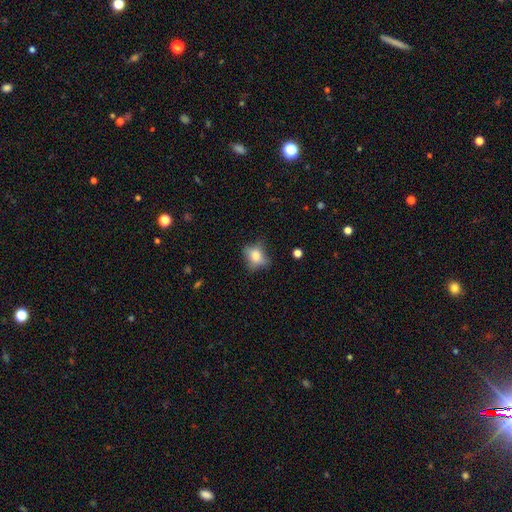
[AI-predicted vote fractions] Smooth or featured?
  - smooth: 69% *
  - featured or disk: 20%
  - star or artifact: 11%
How rounded?
  - in between: 53% *
  - round: 45%
  - cigar-shaped: 3%
Merging?
  - none: 62% *
  - minor disturbance: 26%
  - major disturbance: 10%
  - merger: 2%